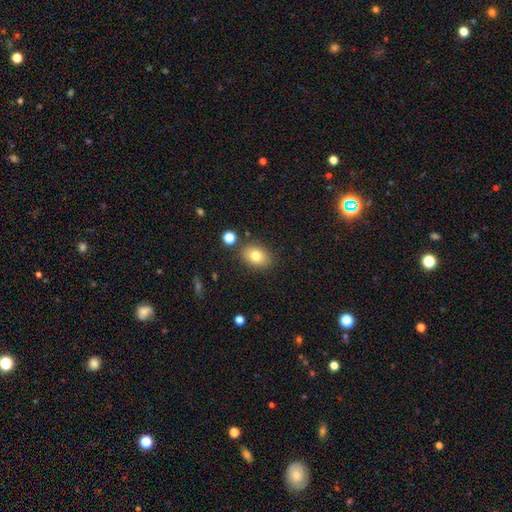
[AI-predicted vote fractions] Morphology: type=smooth (79%); roundness=in between (73%); merging=none (83%).